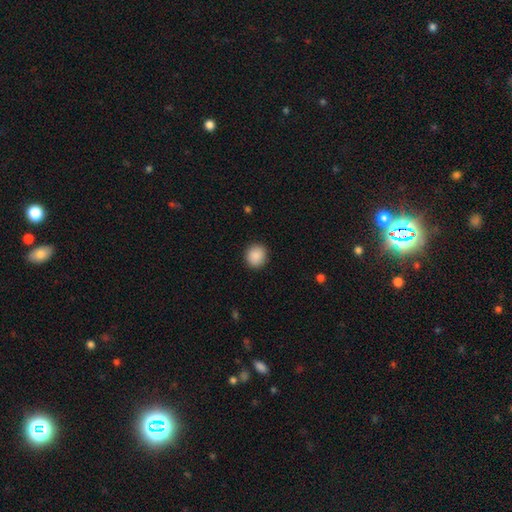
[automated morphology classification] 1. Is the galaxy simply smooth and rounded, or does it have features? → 89% smooth, 8% star or artifact, 3% featured or disk.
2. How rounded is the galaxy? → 85% round, 14% in between, 1% cigar-shaped.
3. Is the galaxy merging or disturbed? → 91% none, 7% minor disturbance, 2% major disturbance, 1% merger.